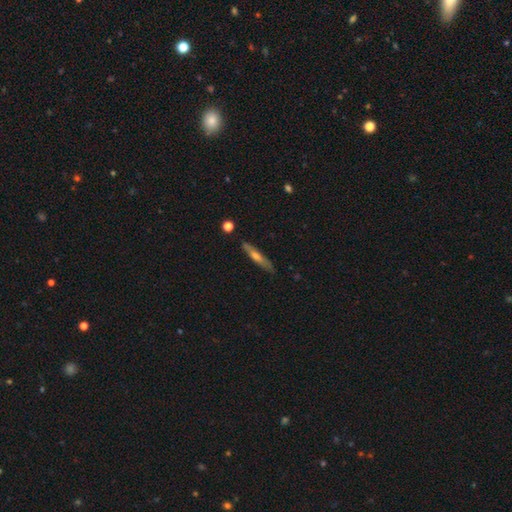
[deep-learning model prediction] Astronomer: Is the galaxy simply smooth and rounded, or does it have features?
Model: featured or disk — 52% (runner-up: smooth, 41%).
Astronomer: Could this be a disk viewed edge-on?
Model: yes — 89%.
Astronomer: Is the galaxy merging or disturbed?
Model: none — 85%.